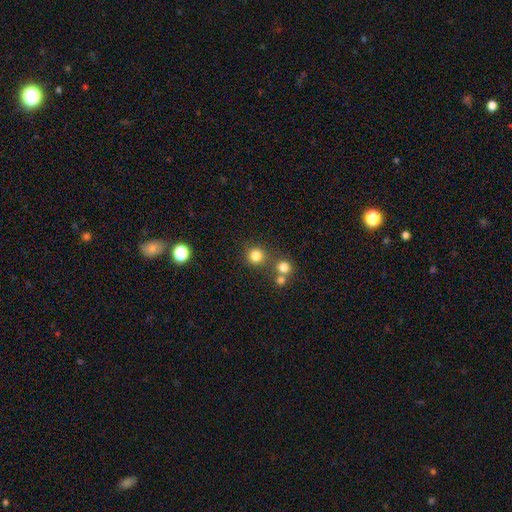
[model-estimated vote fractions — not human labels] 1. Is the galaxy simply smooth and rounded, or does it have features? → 81% smooth, 14% star or artifact, 5% featured or disk.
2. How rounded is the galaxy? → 92% round, 7% in between, 1% cigar-shaped.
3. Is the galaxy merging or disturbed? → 74% none, 14% merger, 8% minor disturbance, 4% major disturbance.